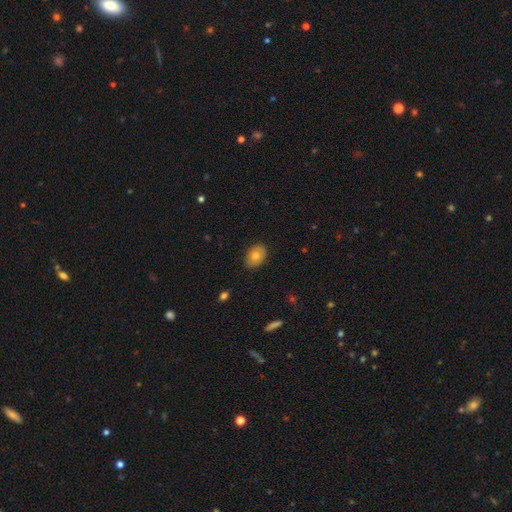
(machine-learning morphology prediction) Q: Smooth or featured?
A: smooth (76%); runner-up: featured or disk (16%)
Q: How rounded?
A: in between (80%); runner-up: round (19%)
Q: Merging?
A: none (87%); runner-up: minor disturbance (10%)